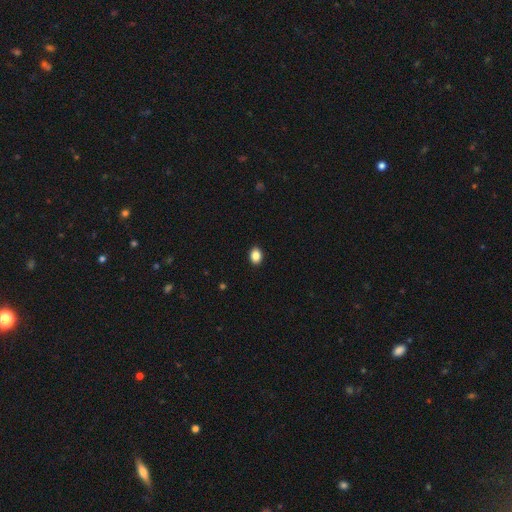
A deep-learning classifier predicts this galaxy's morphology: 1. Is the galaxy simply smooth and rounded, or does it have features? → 87% smooth, 9% star or artifact, 4% featured or disk.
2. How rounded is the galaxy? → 69% in between, 30% round, 1% cigar-shaped.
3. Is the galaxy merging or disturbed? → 91% none, 7% minor disturbance, 2% major disturbance, 1% merger.